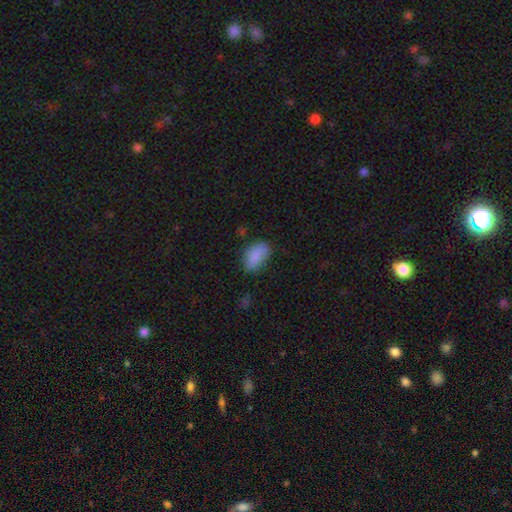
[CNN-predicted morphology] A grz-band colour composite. It shows a smooth galaxy with no disk features (84%) that is in between round and cigar-shaped (92%). Merging: none (66%).